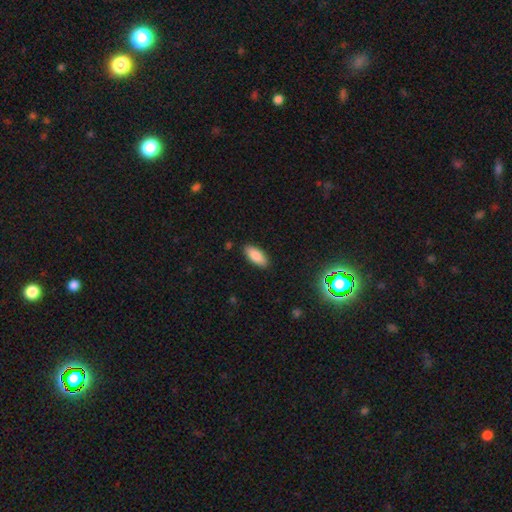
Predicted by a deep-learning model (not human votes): Q: Smooth or featured?
A: smooth (86%); runner-up: star or artifact (7%)
Q: How rounded?
A: in between (86%); runner-up: cigar-shaped (12%)
Q: Merging?
A: none (88%); runner-up: minor disturbance (9%)